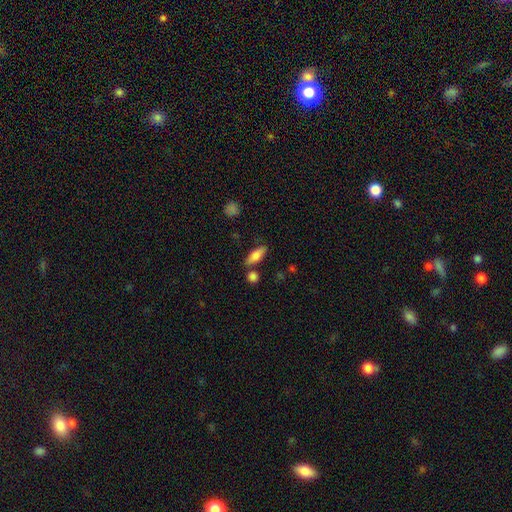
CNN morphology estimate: smooth-or-featured: smooth: 71% | featured or disk: 22% | star or artifact: 7%
  how-rounded: in between: 63% | cigar-shaped: 33% | round: 3%
  merging: none: 75% | minor disturbance: 12% | merger: 9% | major disturbance: 3%